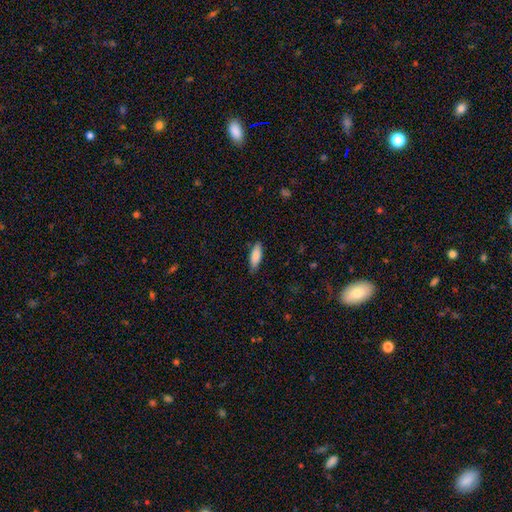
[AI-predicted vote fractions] smooth_or_featured: smooth (p=0.86) [alt: featured or disk p=0.08]
how_rounded: in between (p=0.64) [alt: cigar-shaped p=0.35]
merging: none (p=0.85) [alt: minor disturbance p=0.12]